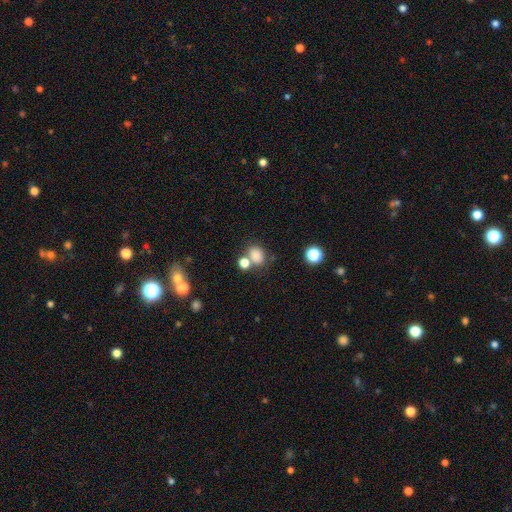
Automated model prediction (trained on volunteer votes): smooth-or-featured: smooth: 81% | star or artifact: 13% | featured or disk: 6%
  how-rounded: in between: 53% | round: 46% | cigar-shaped: 1%
  merging: none: 58% | merger: 25% | minor disturbance: 12% | major disturbance: 5%